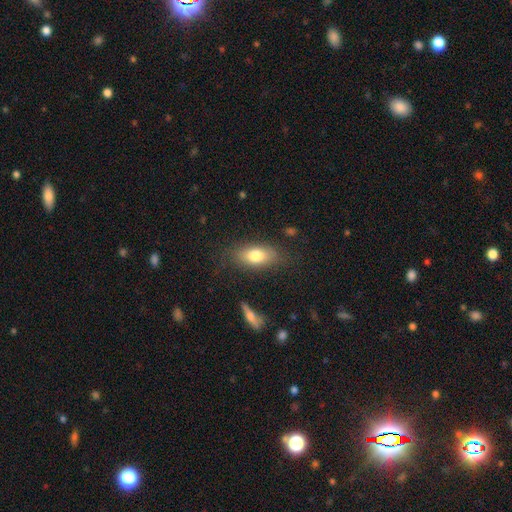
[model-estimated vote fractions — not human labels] Q: Smooth or featured?
A: smooth (74%); runner-up: featured or disk (18%)
Q: How rounded?
A: in between (82%); runner-up: cigar-shaped (11%)
Q: Merging?
A: none (78%); runner-up: minor disturbance (14%)